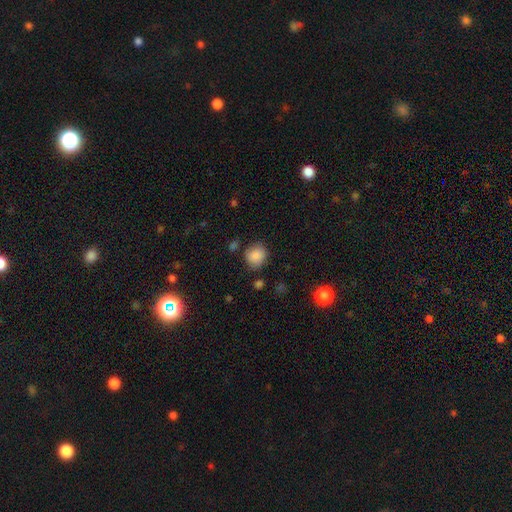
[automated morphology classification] smooth-or-featured: smooth: 86% | star or artifact: 9% | featured or disk: 5%
  how-rounded: round: 71% | in between: 28% | cigar-shaped: 1%
  merging: none: 74% | minor disturbance: 18% | major disturbance: 5% | merger: 3%